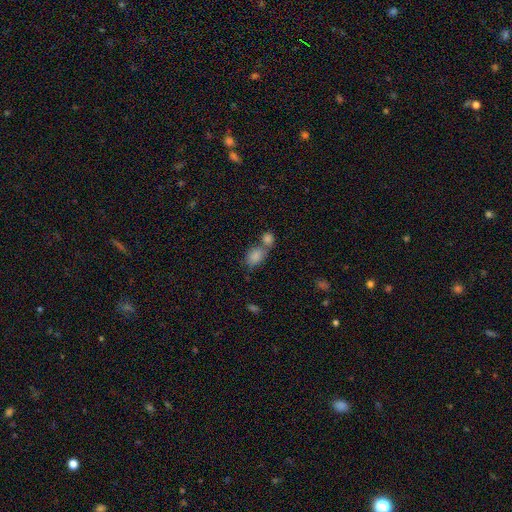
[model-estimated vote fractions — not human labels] Smooth or featured?
  - smooth: 84% *
  - star or artifact: 9%
  - featured or disk: 7%
How rounded?
  - in between: 77% *
  - round: 21%
  - cigar-shaped: 2%
Merging?
  - merger: 51% *
  - none: 34%
  - minor disturbance: 11%
  - major disturbance: 5%